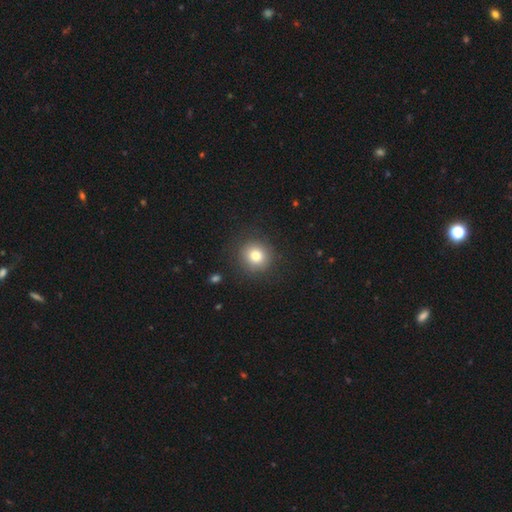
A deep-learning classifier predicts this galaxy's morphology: A smooth galaxy with no disk features (79%) that is round (90%). Merging: none (88%).